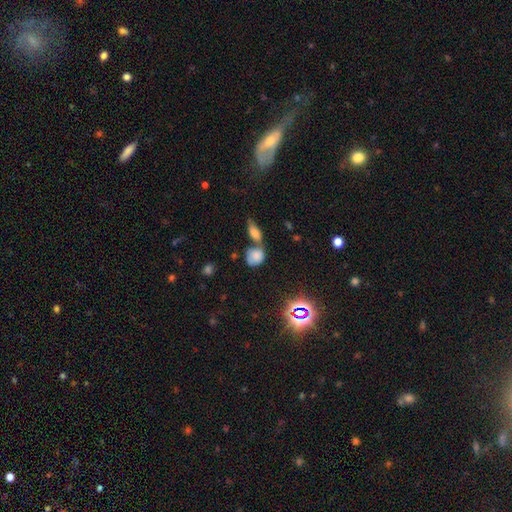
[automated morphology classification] A smooth galaxy with no disk features (73%) that is round (56%). Merging: merger (42%).